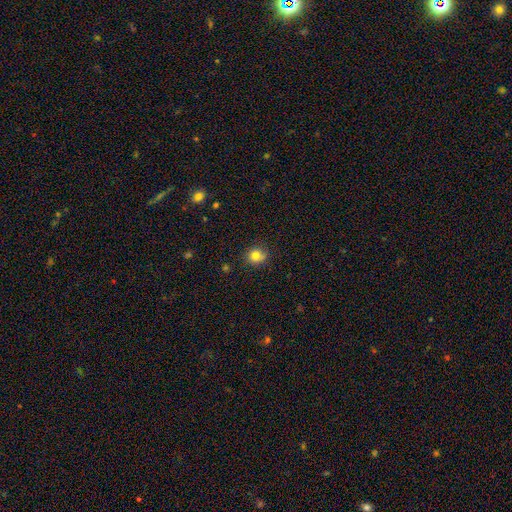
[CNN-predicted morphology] Smooth or featured: smooth — 81% (star or artifact — 11%)
How rounded: round — 80% (in between — 19%)
Merging: none — 82% (minor disturbance — 14%)